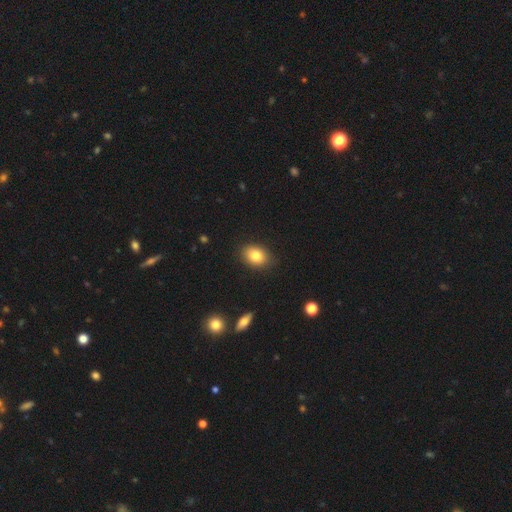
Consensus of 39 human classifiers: Smooth or featured? smooth (87%)
How rounded? in between (76%)
Merging? none (71%)